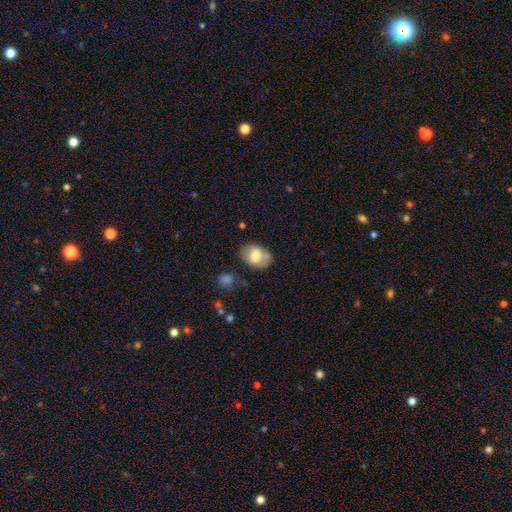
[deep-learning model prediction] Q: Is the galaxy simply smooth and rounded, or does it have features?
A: smooth — 71%.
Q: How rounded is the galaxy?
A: in between — 78%.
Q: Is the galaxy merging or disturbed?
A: none — 67%.